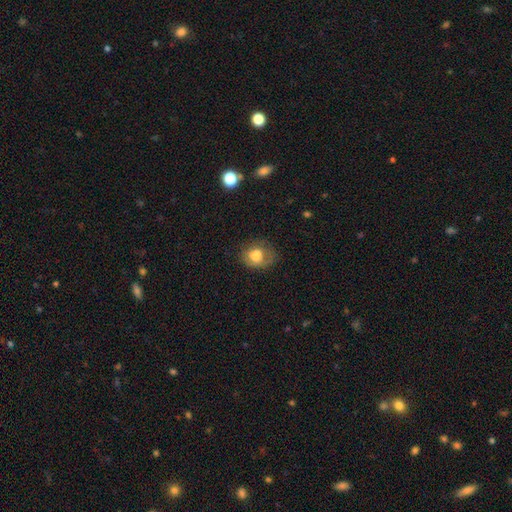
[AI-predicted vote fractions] Overall: smooth (68%). How rounded: round (51%; in between 48%). Merging: none (45%; minor disturbance 28%).